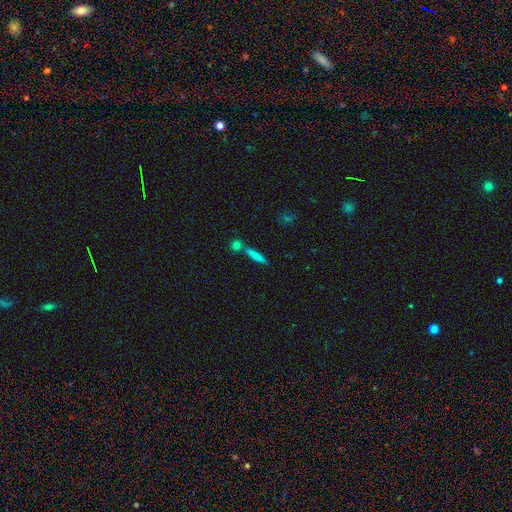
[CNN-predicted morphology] Smooth or featured?
  - smooth: 67% *
  - featured or disk: 25%
  - star or artifact: 8%
How rounded?
  - cigar-shaped: 86% *
  - in between: 10%
  - round: 4%
Merging?
  - none: 74% *
  - merger: 14%
  - minor disturbance: 9%
  - major disturbance: 2%